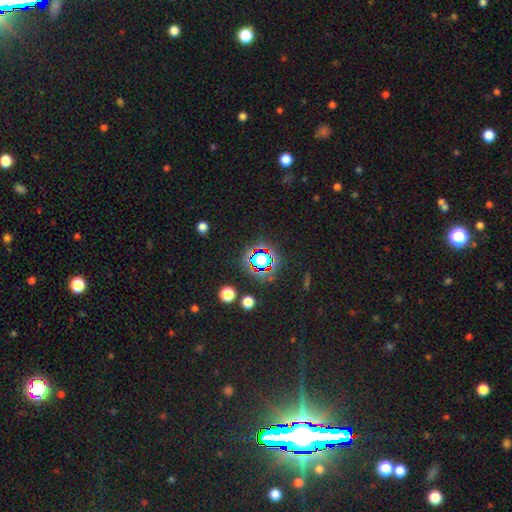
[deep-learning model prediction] This appears to be a star or artifact, not a galaxy (63%).